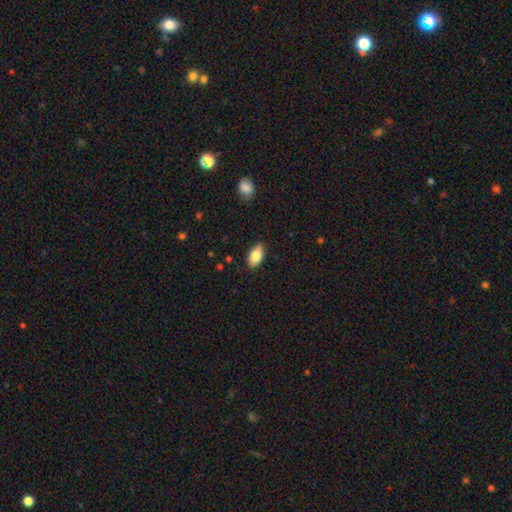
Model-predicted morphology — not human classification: This is clearly a smooth galaxy (81%). How rounded: clearly in between (92%). Merging: clearly none (87%).